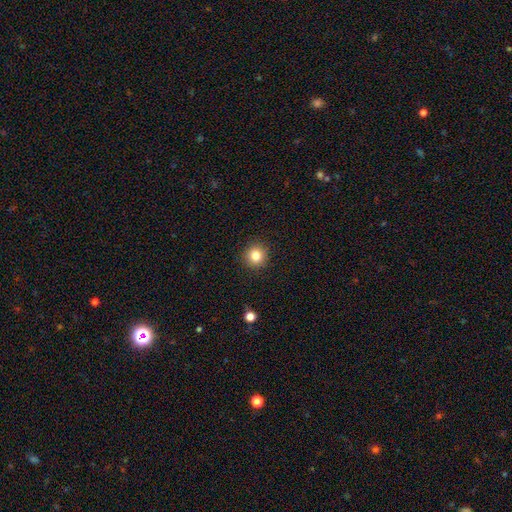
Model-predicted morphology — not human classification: smooth_or_featured: smooth (p=0.82) [alt: star or artifact p=0.11]
how_rounded: round (p=0.93) [alt: in between p=0.06]
merging: none (p=0.92) [alt: minor disturbance p=0.05]